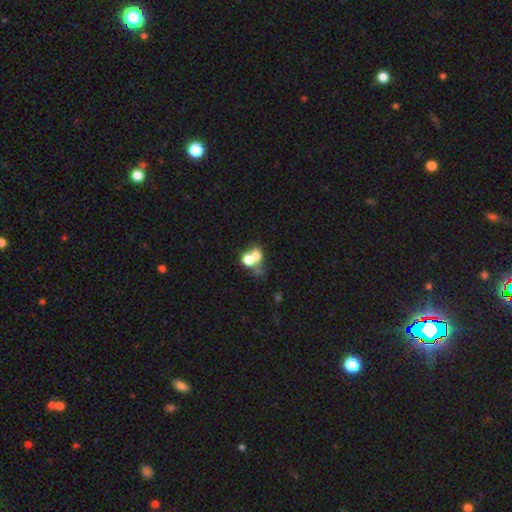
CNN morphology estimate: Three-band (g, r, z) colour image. It shows a smooth galaxy with no disk features (63%) that is round (65%). Merging: merger (57%).